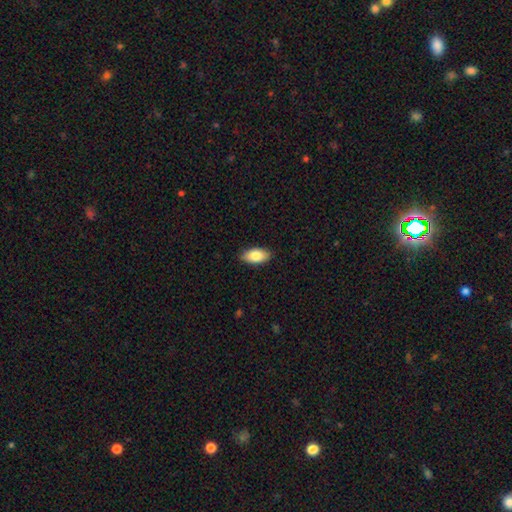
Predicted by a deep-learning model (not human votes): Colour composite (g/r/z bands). It shows a smooth galaxy with no disk features (84%) that is in between round and cigar-shaped (93%). Merging: none (88%).